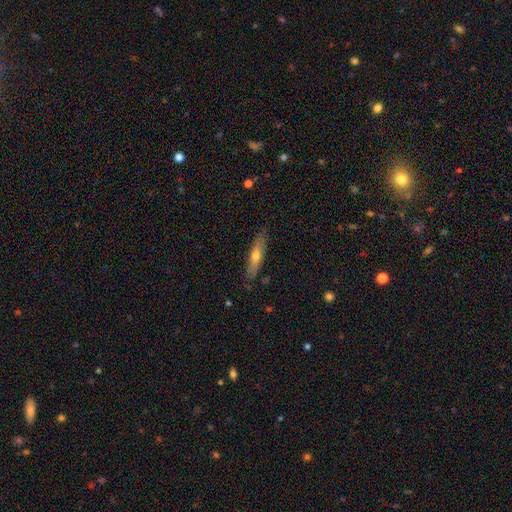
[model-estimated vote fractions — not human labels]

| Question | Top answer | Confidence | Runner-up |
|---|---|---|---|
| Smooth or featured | featured or disk | 48% | smooth (46%) |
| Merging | none | 84% | minor disturbance (12%) |